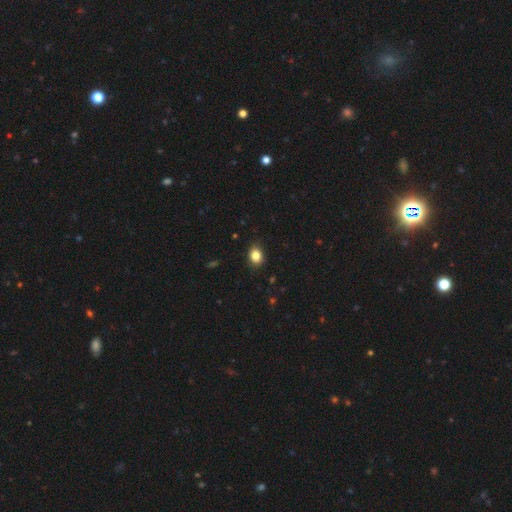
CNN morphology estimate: Smooth or featured?
  - smooth: 85% *
  - star or artifact: 9%
  - featured or disk: 6%
How rounded?
  - in between: 57% *
  - round: 42%
  - cigar-shaped: 1%
Merging?
  - none: 85% *
  - minor disturbance: 11%
  - major disturbance: 2%
  - merger: 1%